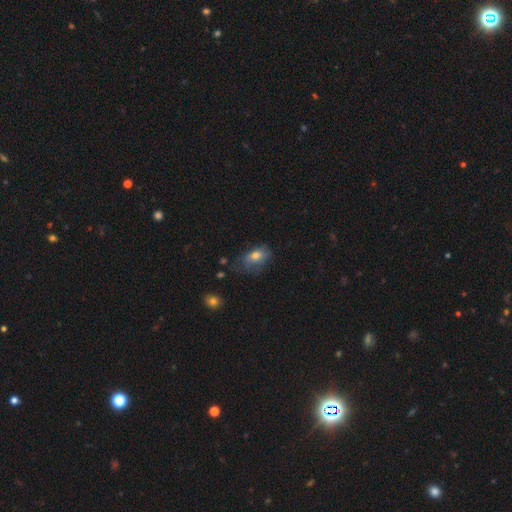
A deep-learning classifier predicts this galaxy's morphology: smooth-or-featured: smooth: 71% | featured or disk: 20% | star or artifact: 9%
  how-rounded: in between: 85% | round: 13% | cigar-shaped: 3%
  merging: none: 46% | minor disturbance: 33% | major disturbance: 18% | merger: 3%